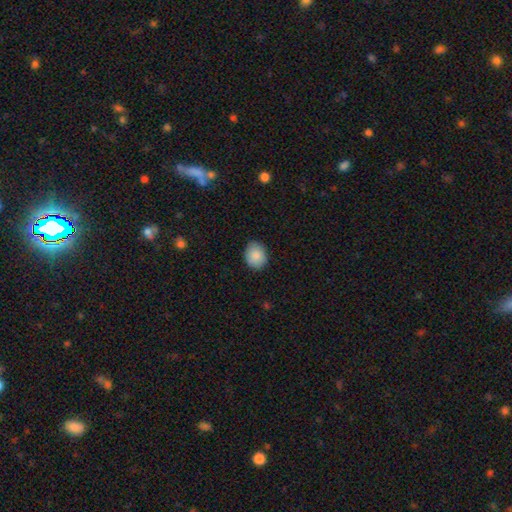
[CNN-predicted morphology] type=smooth (88%); roundness=round (53%); merging=none (85%).